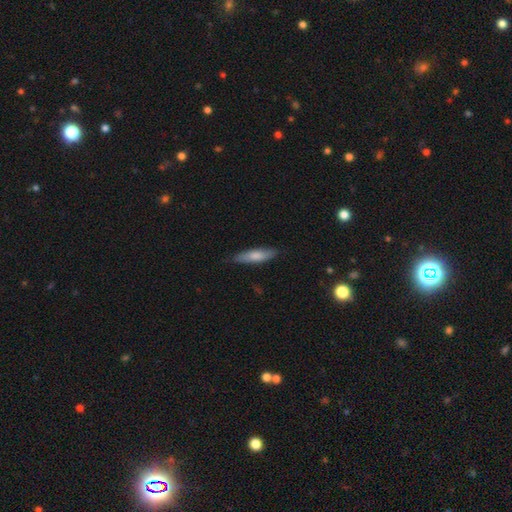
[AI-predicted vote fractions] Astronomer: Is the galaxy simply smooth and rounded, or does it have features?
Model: smooth — 76%.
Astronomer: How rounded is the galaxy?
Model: cigar-shaped — 63%.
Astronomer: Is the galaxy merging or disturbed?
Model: none — 82%.